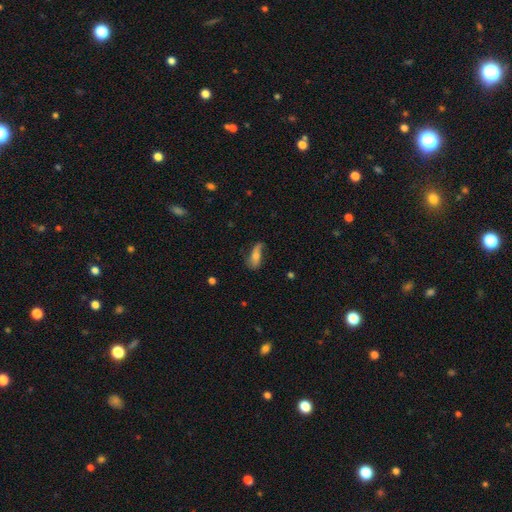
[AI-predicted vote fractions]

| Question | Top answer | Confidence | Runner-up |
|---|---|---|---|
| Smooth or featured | smooth | 49% | featured or disk (43%) |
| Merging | none | 50% | minor disturbance (31%) |